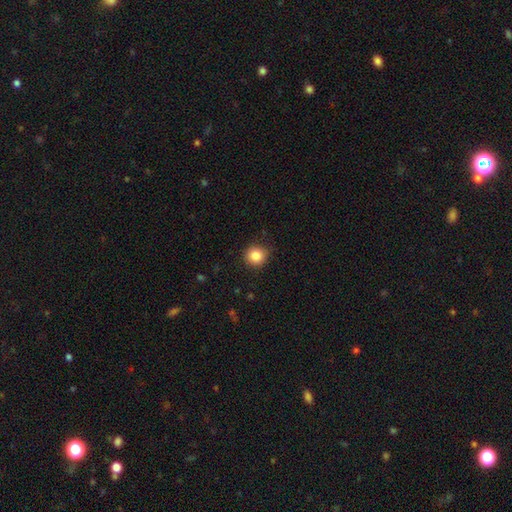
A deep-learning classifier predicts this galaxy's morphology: This appears to be a smooth galaxy with no disk features (86%) that is round (91%). Merging: none (87%).